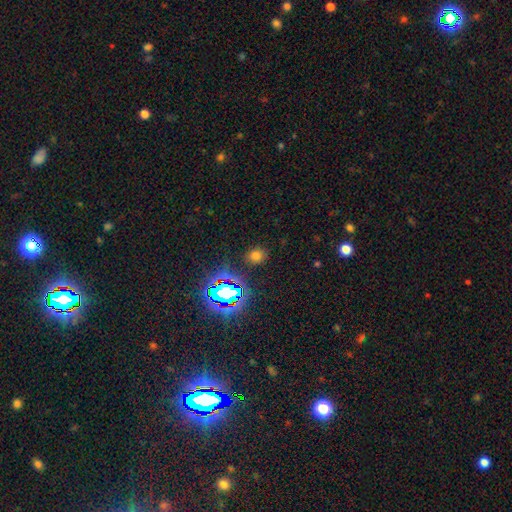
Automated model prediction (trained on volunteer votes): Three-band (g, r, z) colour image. It shows a smooth galaxy with no disk features (64%) that is round (62%). Merging: none (85%).